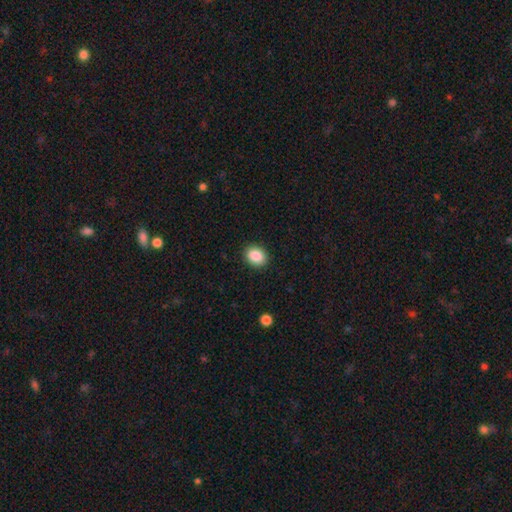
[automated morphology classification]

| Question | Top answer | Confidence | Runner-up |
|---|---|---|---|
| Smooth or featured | smooth | 88% | star or artifact (8%) |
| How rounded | in between | 54% | round (45%) |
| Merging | none | 90% | minor disturbance (7%) |